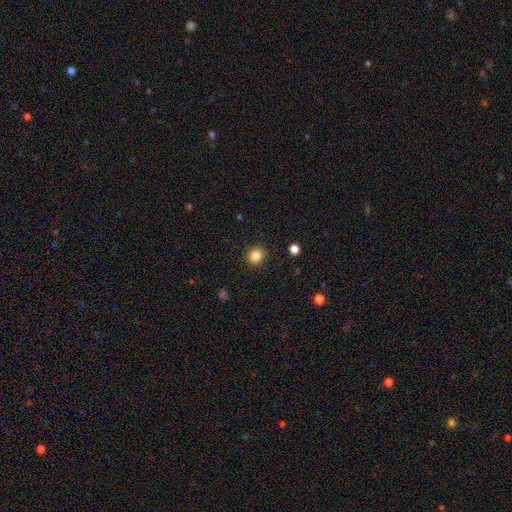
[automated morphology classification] Overall: smooth (84%). How rounded: round (84%). Merging: none (91%).